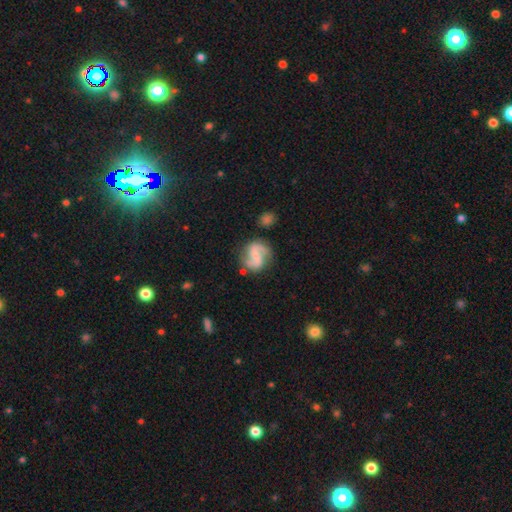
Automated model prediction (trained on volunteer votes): smooth-or-featured: featured or disk: 79% | smooth: 15% | star or artifact: 6%
  disk-edge-on: no: 98% | yes: 2%
    bar: weak: 43% | no: 38% | strong: 19%
    has-spiral-arms: yes: 95% | no: 5%
      spiral-winding: loose: 44% | medium: 43% | tight: 13%
      spiral-arm-count: 2: 91% | can't tell: 3% | 1: 2% | 3: 2% | 4: 1% | more than 4: 1%
    bulge-size: small: 52% | none: 27% | moderate: 18% | large: 2% | dominant: 1%
  merging: none: 74% | minor disturbance: 16% | major disturbance: 6% | merger: 5%